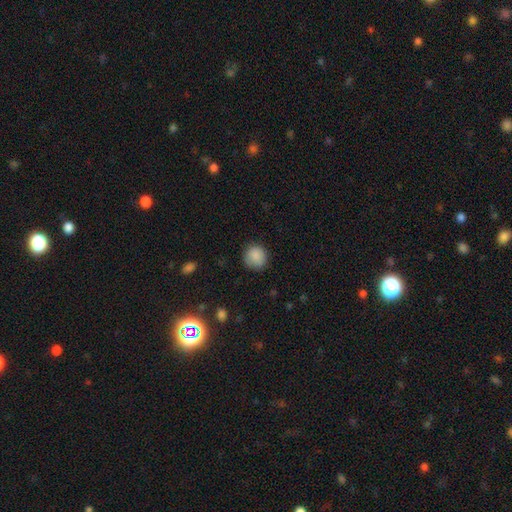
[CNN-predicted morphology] Smooth or featured: smooth — 87% (star or artifact — 8%)
How rounded: round — 88% (in between — 11%)
Merging: none — 83% (minor disturbance — 13%)